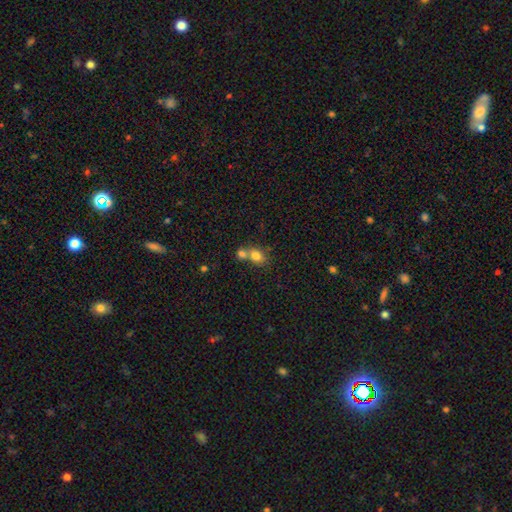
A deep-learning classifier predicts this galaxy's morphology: A smooth galaxy with no disk features (80%) that is in between round and cigar-shaped (55%). Merging: merger (56%).